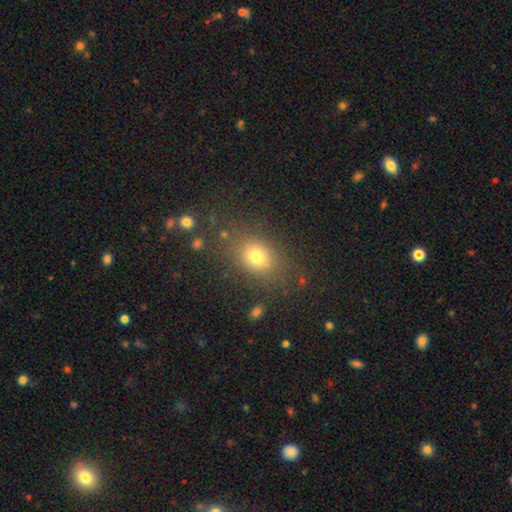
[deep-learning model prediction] A smooth galaxy with no disk features (74%) that is in between round and cigar-shaped (64%).

Vote fractions:
- Smooth or featured? smooth: 74% / star or artifact: 14% / featured or disk: 11%
- How rounded? in between: 64% / round: 35% / cigar-shaped: 2%
- Merging? none: 78% / minor disturbance: 13% / major disturbance: 6% / merger: 3%